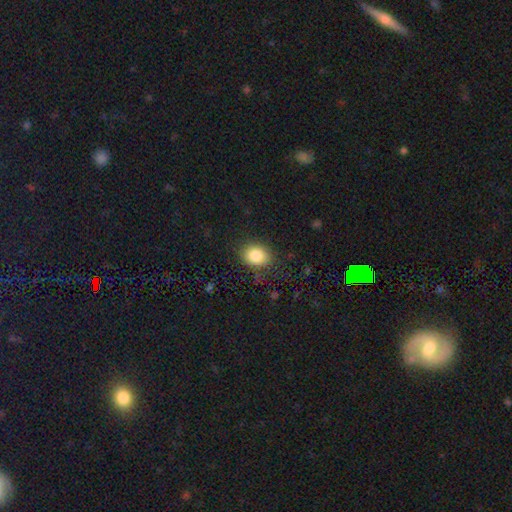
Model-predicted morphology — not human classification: Smooth or featured? smooth (85%)
How rounded? in between (53%)
Merging? none (83%)